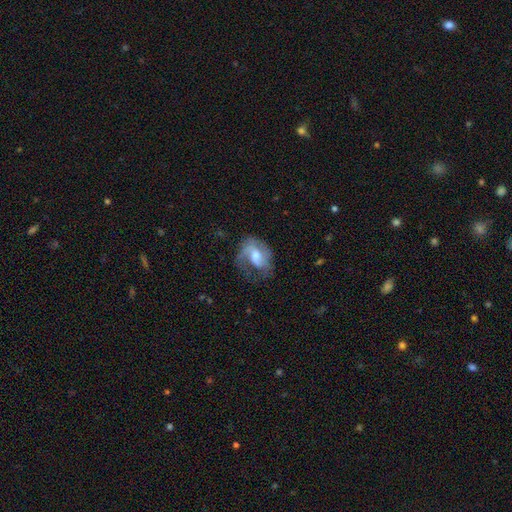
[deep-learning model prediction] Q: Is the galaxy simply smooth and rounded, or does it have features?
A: featured or disk — 72%.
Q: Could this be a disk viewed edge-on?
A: no — 97%.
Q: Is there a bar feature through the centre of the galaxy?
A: weak — 45%.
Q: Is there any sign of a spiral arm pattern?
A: yes — 88%.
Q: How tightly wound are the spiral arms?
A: medium — 45%.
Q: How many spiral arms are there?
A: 2 — 52%.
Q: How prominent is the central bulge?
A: moderate — 57%.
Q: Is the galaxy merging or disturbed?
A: none — 49%.